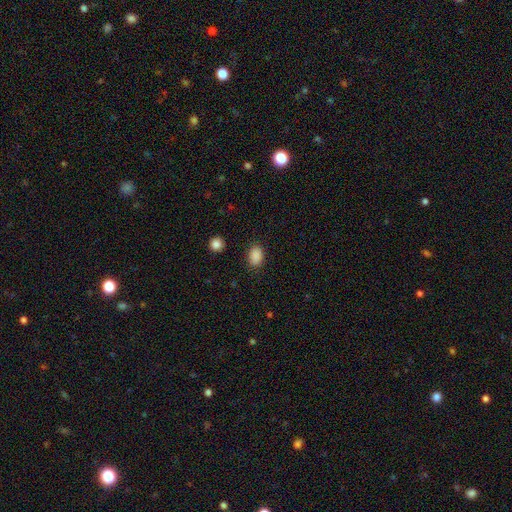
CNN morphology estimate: This appears to be a smooth galaxy with no disk features (88%) that is in between round and cigar-shaped (78%). Merging: none (87%).